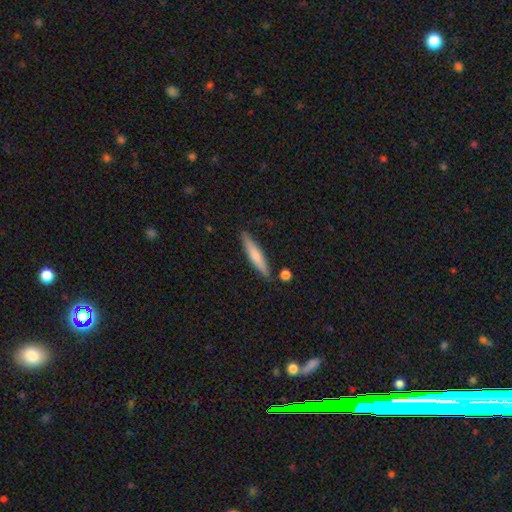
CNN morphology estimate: Smooth or featured: smooth — 65% (featured or disk — 30%)
How rounded: cigar-shaped — 90% (in between — 9%)
Merging: none — 83% (minor disturbance — 11%)